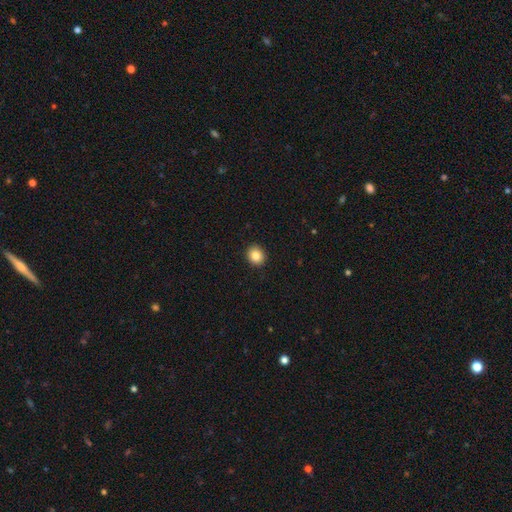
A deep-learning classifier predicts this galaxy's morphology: Q: Smooth or featured?
A: smooth (84%); runner-up: star or artifact (10%)
Q: How rounded?
A: round (78%); runner-up: in between (21%)
Q: Merging?
A: none (92%); runner-up: minor disturbance (5%)